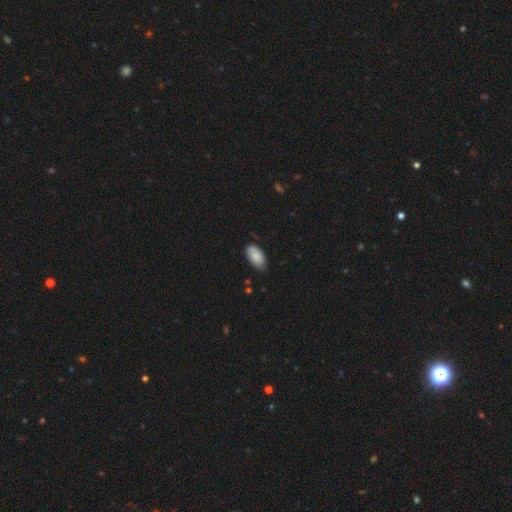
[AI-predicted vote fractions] A smooth galaxy with no disk features (84%) that is in between round and cigar-shaped (95%). Merging: none (74%).